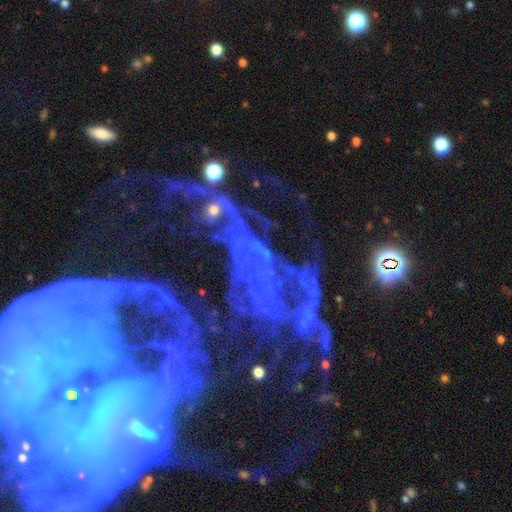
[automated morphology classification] This appears to be a featured or disk galaxy (64%) with no bar (52%), spiral arms (77%) and a small central bulge (42%). Merging: none (37%).